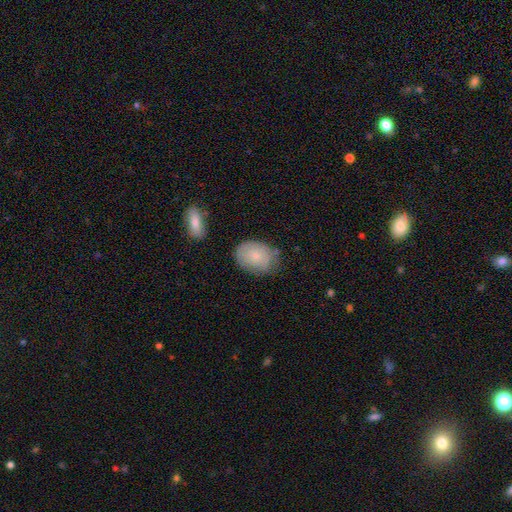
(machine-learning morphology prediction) This appears to be a smooth galaxy with no disk features (78%) that is in between round and cigar-shaped (79%). Merging: none (67%).